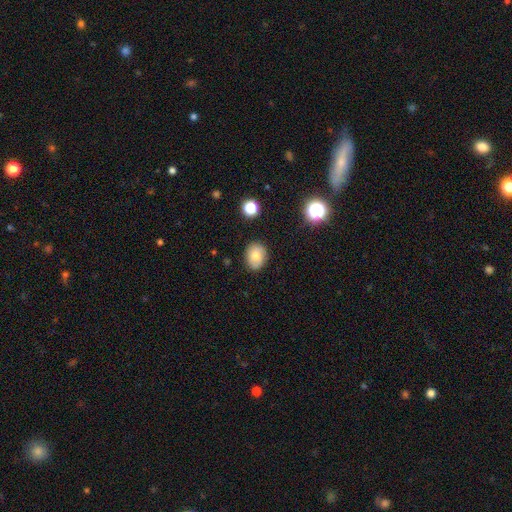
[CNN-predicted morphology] Smooth or featured? smooth (76%)
How rounded? in between (51%)
Merging? none (82%)